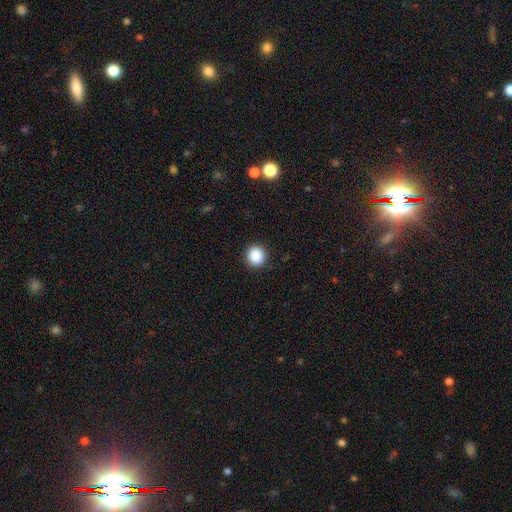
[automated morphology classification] A smooth galaxy with no disk features (88%) that is round (92%). Merging: none (92%).